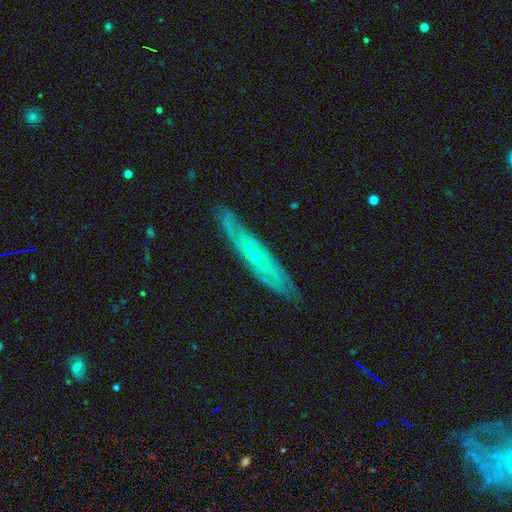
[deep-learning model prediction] Smooth or featured?
  - featured or disk: 74% *
  - smooth: 20%
  - star or artifact: 6%
Edge-on disk?
  - yes: 50% * (tied)
  - no: 50% * (tied)
Merging?
  - none: 80% *
  - minor disturbance: 16%
  - major disturbance: 3%
  - merger: 1%